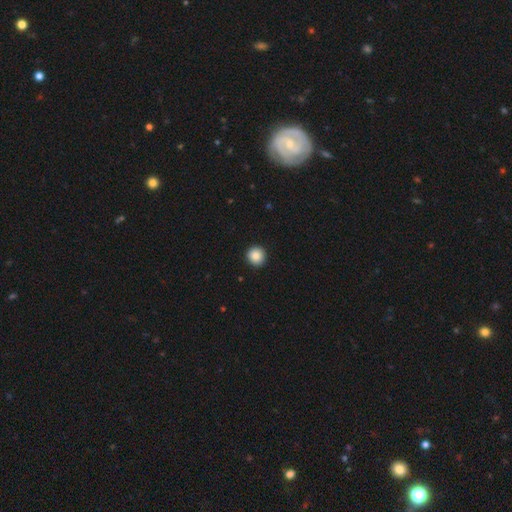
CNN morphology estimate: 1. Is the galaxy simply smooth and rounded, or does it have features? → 88% smooth, 9% star or artifact, 3% featured or disk.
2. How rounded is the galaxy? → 93% round, 6% in between, 1% cigar-shaped.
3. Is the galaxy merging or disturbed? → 92% none, 5% minor disturbance, 2% major disturbance, 1% merger.